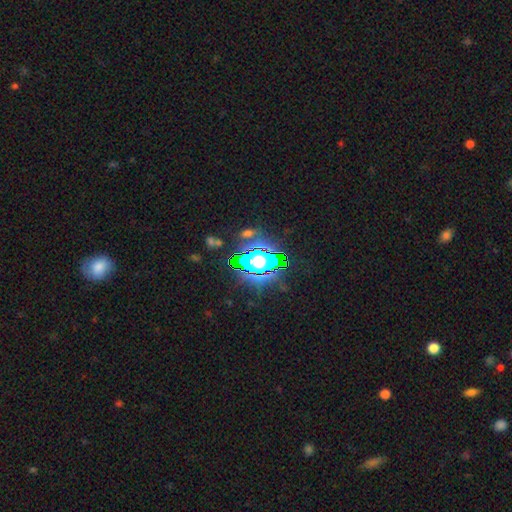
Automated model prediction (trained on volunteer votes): Q: Smooth or featured?
A: star or artifact (67%); runner-up: smooth (19%)